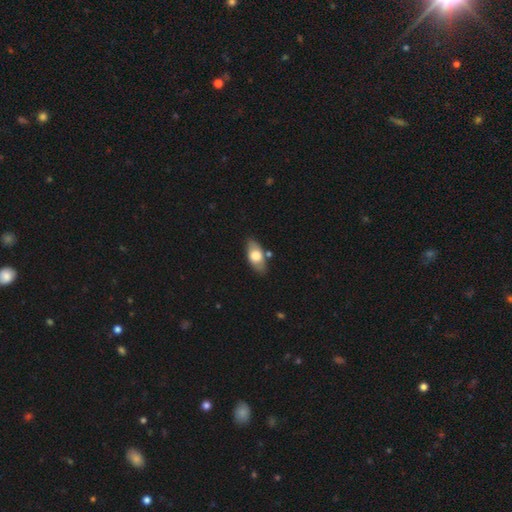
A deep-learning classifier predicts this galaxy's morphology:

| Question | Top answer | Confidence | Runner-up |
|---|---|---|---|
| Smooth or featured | smooth | 68% | featured or disk (26%) |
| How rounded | in between | 89% | cigar-shaped (7%) |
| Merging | none | 81% | minor disturbance (13%) |